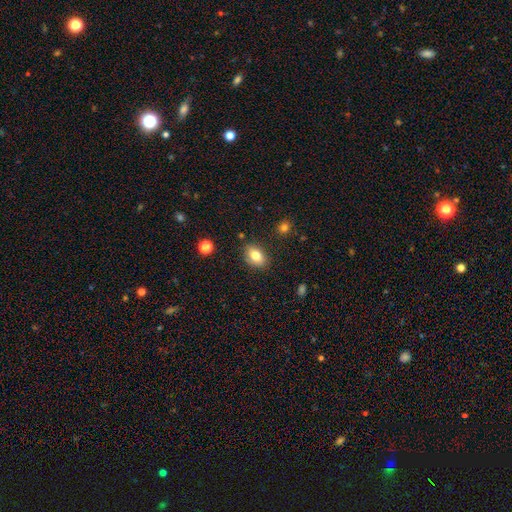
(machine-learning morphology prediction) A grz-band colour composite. It shows a smooth galaxy with no disk features (81%) that is in between round and cigar-shaped (85%). Merging: none (84%).